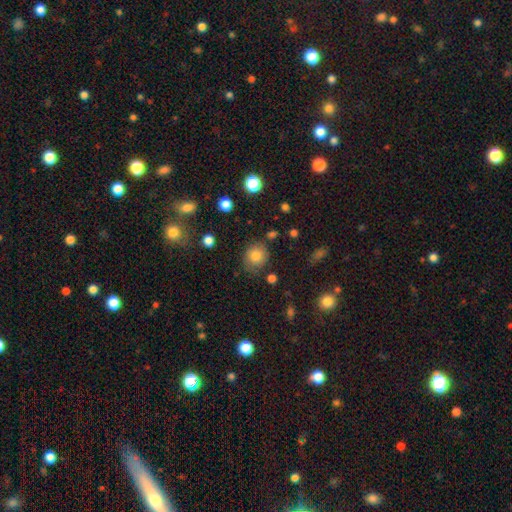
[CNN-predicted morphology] smooth_or_featured: smooth (p=0.79) [alt: star or artifact p=0.11]
how_rounded: round (p=0.80) [alt: in between p=0.19]
merging: none (p=0.75) [alt: minor disturbance p=0.17]